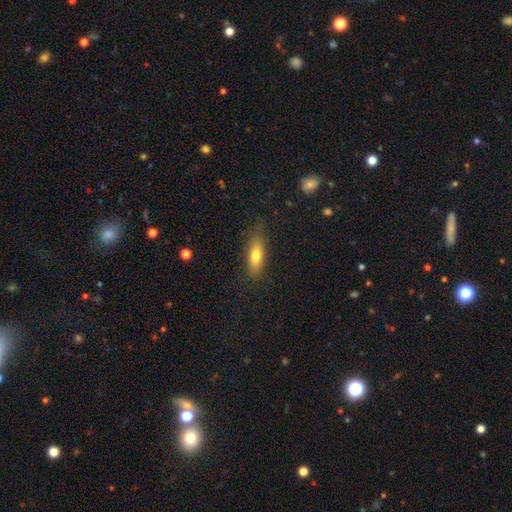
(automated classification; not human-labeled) A smooth galaxy with no disk features (72%) that is in between round and cigar-shaped (59%). Merging: none (76%).